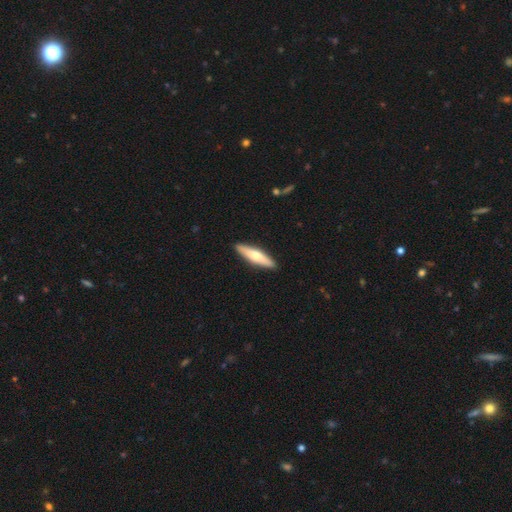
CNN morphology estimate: type=smooth (56%); roundness=cigar-shaped (76%); merging=none (91%).